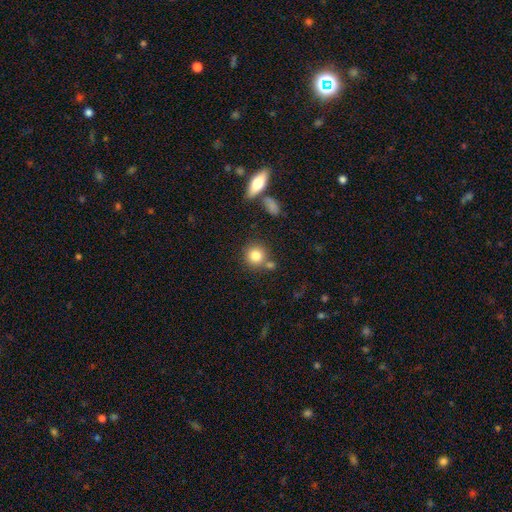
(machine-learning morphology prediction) type=smooth (82%); roundness=round (88%); merging=none (70%).